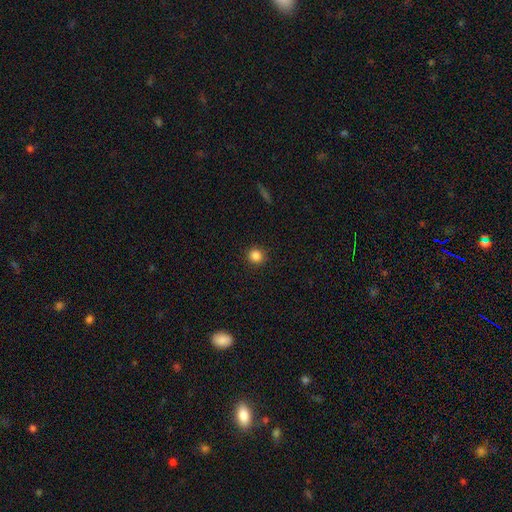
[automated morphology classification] smooth-or-featured: smooth: 85% | star or artifact: 11% | featured or disk: 4%
  how-rounded: round: 93% | in between: 6% | cigar-shaped: 1%
  merging: none: 91% | minor disturbance: 6% | major disturbance: 2% | merger: 1%